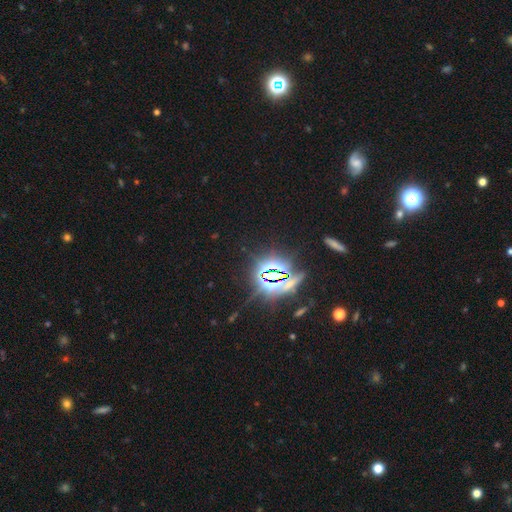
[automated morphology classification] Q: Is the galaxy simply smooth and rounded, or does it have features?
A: star or artifact — 82%.